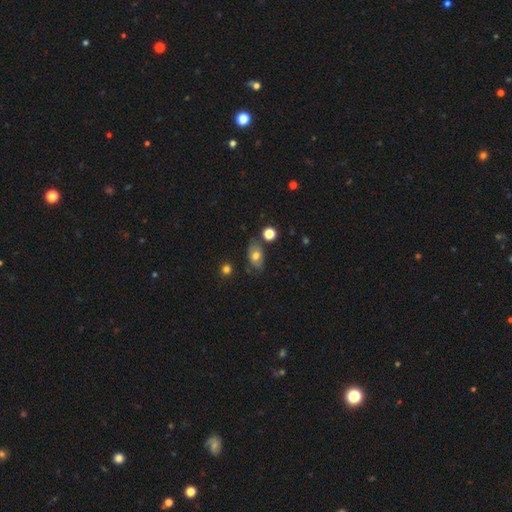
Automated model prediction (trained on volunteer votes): smooth-or-featured: smooth: 66% | featured or disk: 25% | star or artifact: 10%
  how-rounded: in between: 83% | round: 15% | cigar-shaped: 2%
  merging: none: 69% | minor disturbance: 20% | merger: 6% | major disturbance: 5%